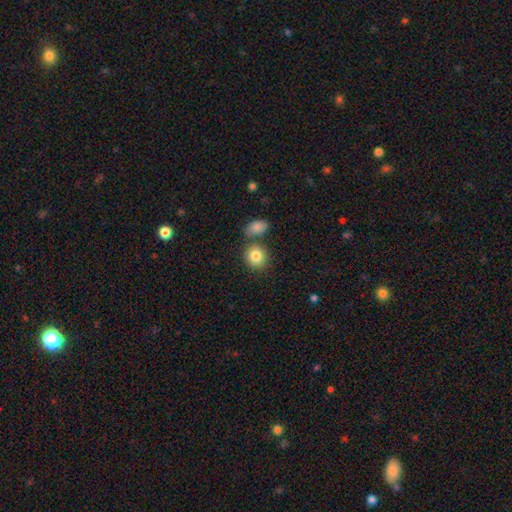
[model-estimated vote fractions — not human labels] Smooth or featured: smooth — 84% (star or artifact — 8%)
How rounded: round — 75% (in between — 24%)
Merging: none — 67% (merger — 20%)